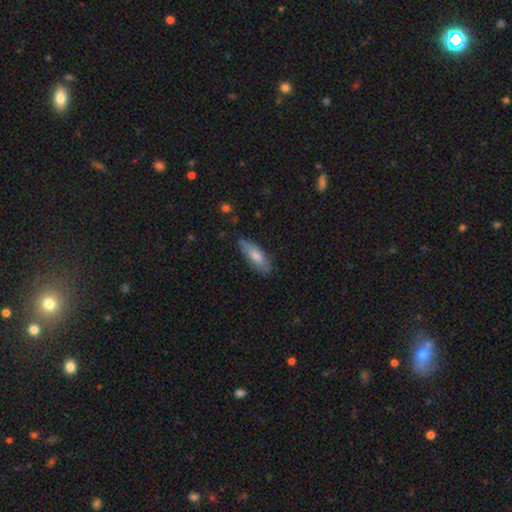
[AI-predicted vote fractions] smooth-or-featured: smooth: 72% | featured or disk: 22% | star or artifact: 6%
  how-rounded: in between: 62% | cigar-shaped: 36% | round: 2%
  merging: none: 71% | minor disturbance: 23% | major disturbance: 4% | merger: 2%